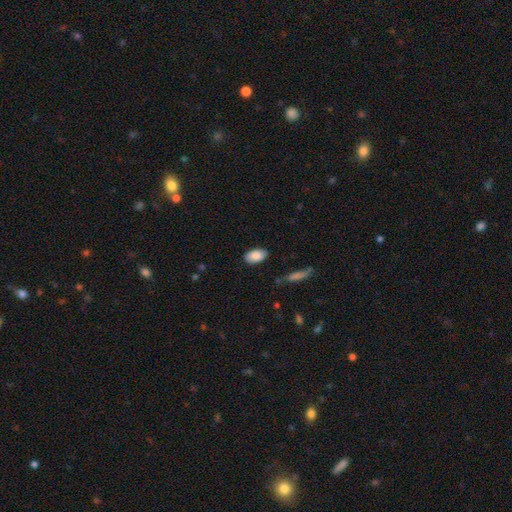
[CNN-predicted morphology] Smooth or featured: smooth — 88% (star or artifact — 7%)
How rounded: in between — 94% (round — 4%)
Merging: none — 85% (minor disturbance — 11%)